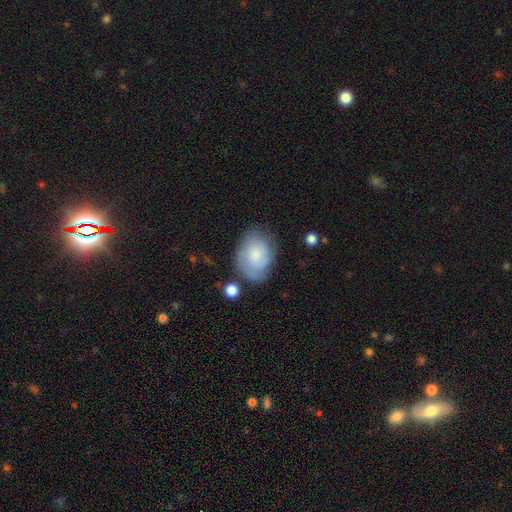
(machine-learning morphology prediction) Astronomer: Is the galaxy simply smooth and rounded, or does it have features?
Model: smooth — 66%.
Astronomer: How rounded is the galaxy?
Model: in between — 77%.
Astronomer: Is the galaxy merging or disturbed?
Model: none — 65%.